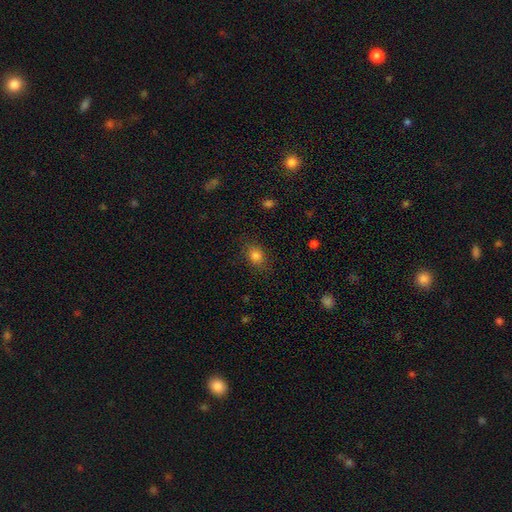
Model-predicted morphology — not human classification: Smooth or featured?
  - smooth: 82% *
  - star or artifact: 12%
  - featured or disk: 6%
How rounded?
  - in between: 56% *
  - round: 42%
  - cigar-shaped: 1%
Merging?
  - none: 82% *
  - minor disturbance: 13%
  - major disturbance: 4%
  - merger: 1%